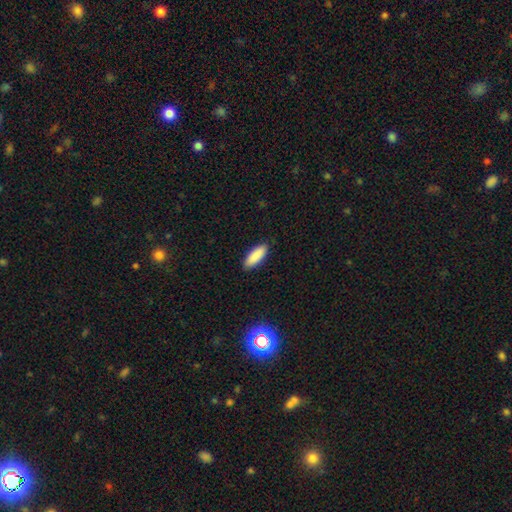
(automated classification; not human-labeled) Morphology: type=smooth (90%); roundness=in between (68%); merging=none (89%).